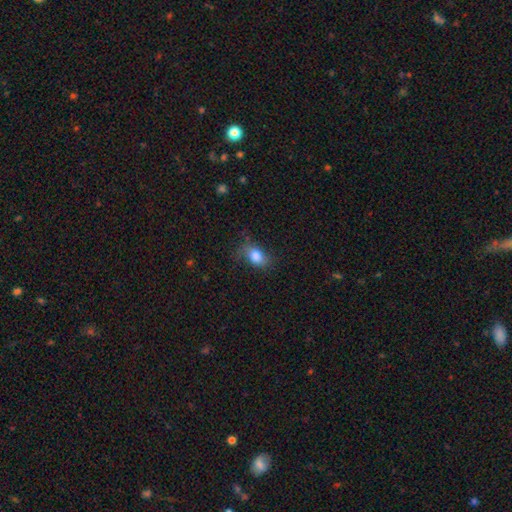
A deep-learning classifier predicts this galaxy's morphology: Smooth or featured? Predicted: smooth (p=0.80). How rounded? Predicted: in between (p=0.82). Merging? Predicted: none (p=0.62).